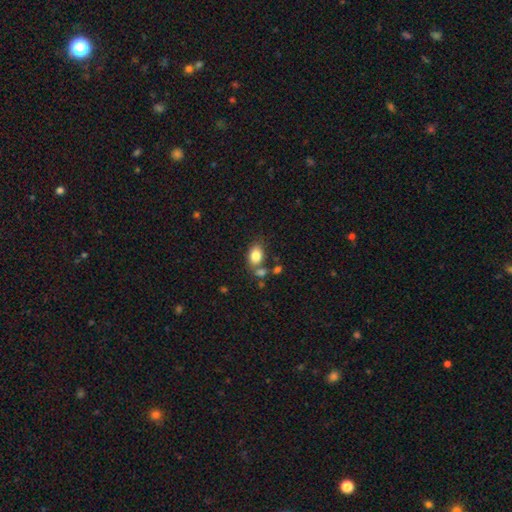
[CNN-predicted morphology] Smooth or featured? smooth (83%)
How rounded? in between (78%)
Merging? none (62%)